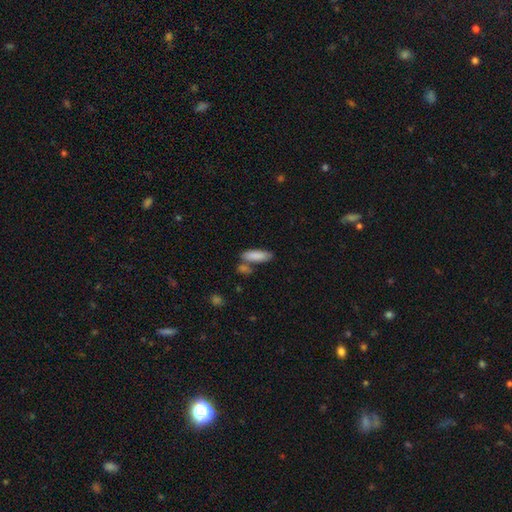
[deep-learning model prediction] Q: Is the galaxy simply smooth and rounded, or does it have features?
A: smooth — 85%.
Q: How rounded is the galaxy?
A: in between — 53%.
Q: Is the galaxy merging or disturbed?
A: none — 62%.